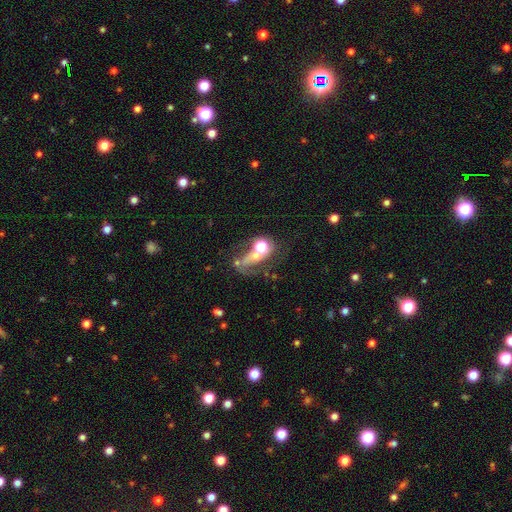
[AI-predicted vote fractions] Overall: featured or disk (44%; smooth 34%). Merging: merger (35%; none 29%).